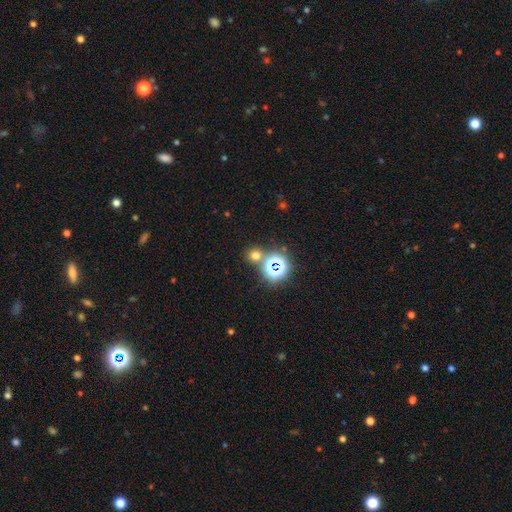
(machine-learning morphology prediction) The model was most divided on "smooth or featured": smooth: 60%, star or artifact: 34%, featured or disk: 6%. More confident: how rounded — round (86%); merging — none (75%).